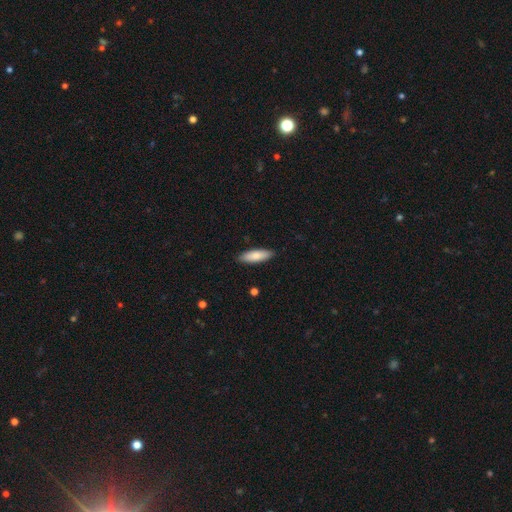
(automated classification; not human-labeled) Morphology: type=smooth (81%); roundness=in between (52%); merging=none (89%).